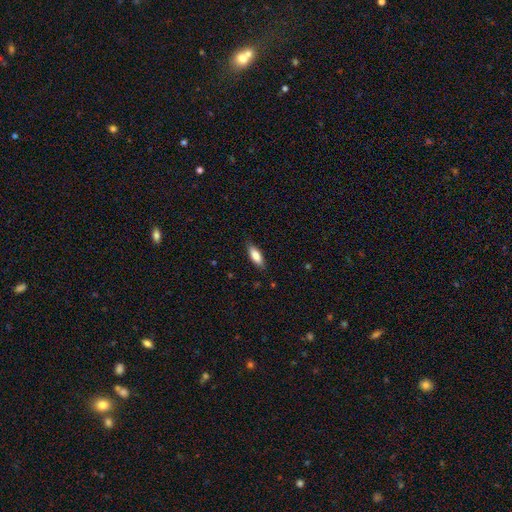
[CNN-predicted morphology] A smooth galaxy with no disk features (81%) that is in between round and cigar-shaped (70%).

Vote fractions:
- Smooth or featured? smooth: 81% / featured or disk: 13% / star or artifact: 6%
- How rounded? in between: 70% / cigar-shaped: 28% / round: 2%
- Merging? none: 84% / minor disturbance: 13% / major disturbance: 2% / merger: 1%